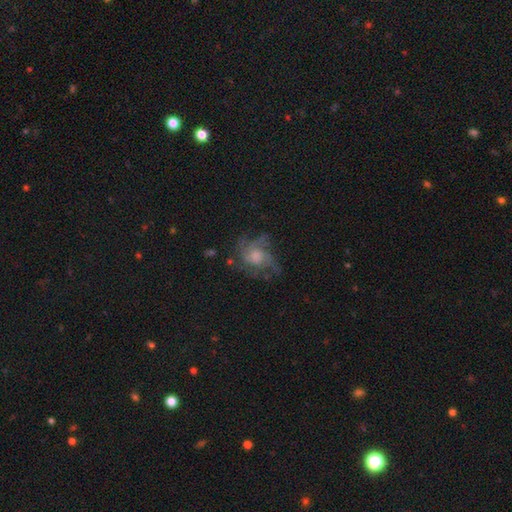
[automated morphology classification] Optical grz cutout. It shows a featured or disk galaxy (70%) with no bar (74%), medium (46%) spiral arms (88%) and a moderate central bulge (44%). Merging: none (55%).